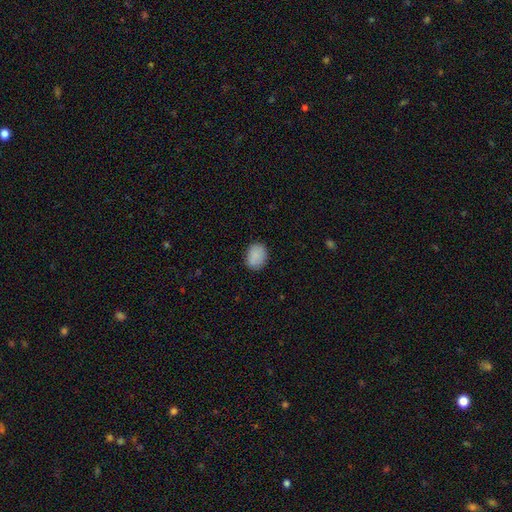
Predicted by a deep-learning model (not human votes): Smooth or featured: smooth — 87% (star or artifact — 8%)
How rounded: in between — 59% (round — 40%)
Merging: none — 83% (minor disturbance — 13%)